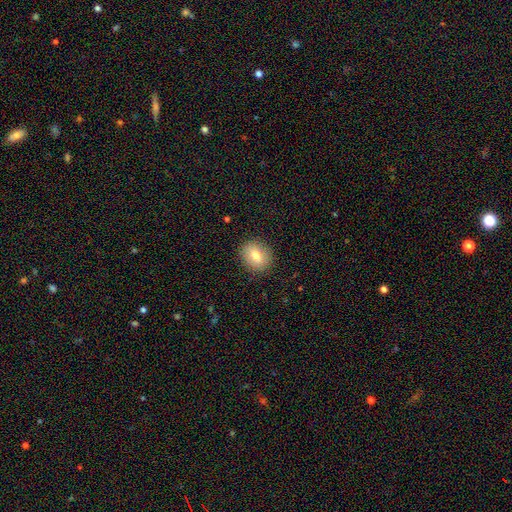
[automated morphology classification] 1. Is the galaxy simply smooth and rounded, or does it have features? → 75% smooth, 16% featured or disk, 9% star or artifact.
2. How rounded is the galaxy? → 60% round, 39% in between, 1% cigar-shaped.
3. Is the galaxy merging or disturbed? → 89% none, 8% minor disturbance, 2% major disturbance, 1% merger.